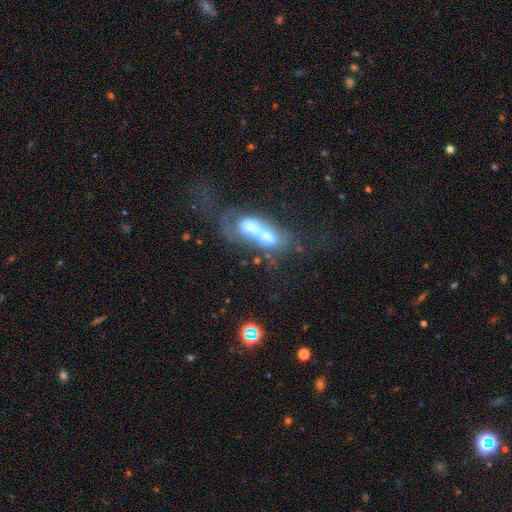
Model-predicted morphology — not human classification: Smooth or featured?
  - featured or disk: 44% *
  - smooth: 38%
  - star or artifact: 18%
Merging?
  - merger: 58% *
  - none: 17%
  - major disturbance: 16%
  - minor disturbance: 9%